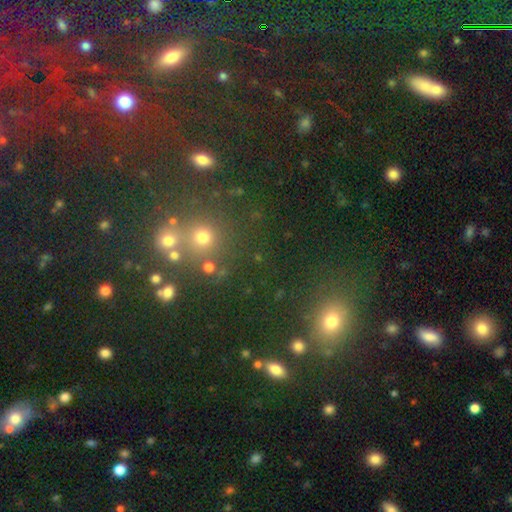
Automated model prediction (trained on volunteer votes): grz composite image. It shows a smooth galaxy with no disk features (49%). Merging: none (76%).